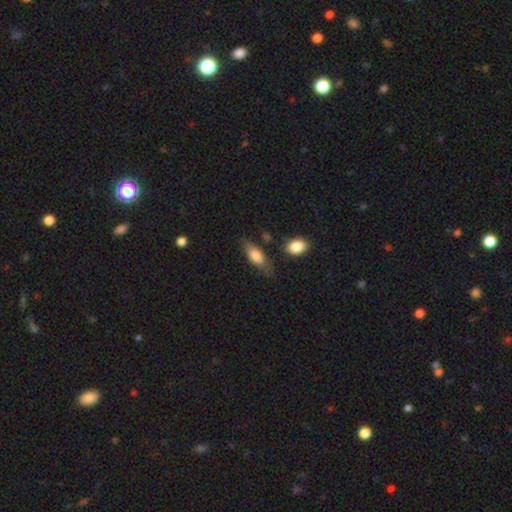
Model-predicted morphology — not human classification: This appears to be a smooth galaxy with no disk features (72%) that is in between round and cigar-shaped (69%). Merging: none (66%).